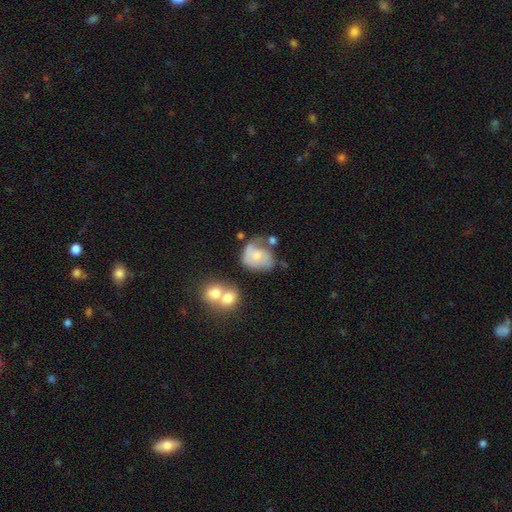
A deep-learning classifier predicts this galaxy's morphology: type=featured or disk (49%); merging=none (30%).